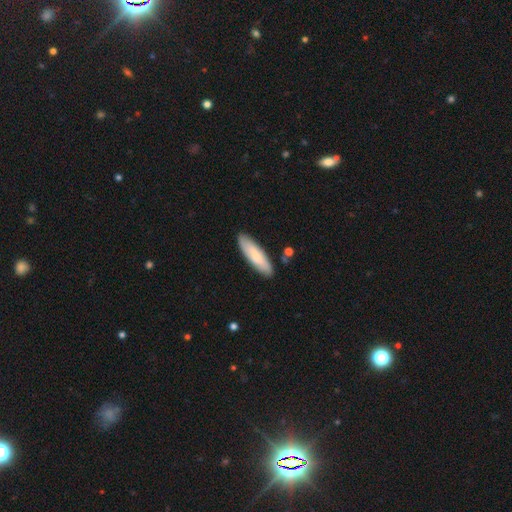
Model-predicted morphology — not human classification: Smooth or featured?
  - smooth: 76% *
  - featured or disk: 19%
  - star or artifact: 5%
How rounded?
  - cigar-shaped: 63% *
  - in between: 36%
  - round: 1%
Merging?
  - none: 86% *
  - minor disturbance: 10%
  - merger: 2%
  - major disturbance: 2%